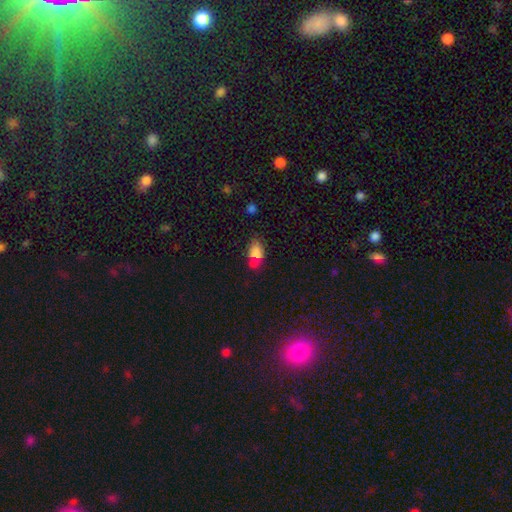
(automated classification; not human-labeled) This is likely a smooth galaxy (73%). How rounded: clearly in between (85%). Merging: possibly none (58%).